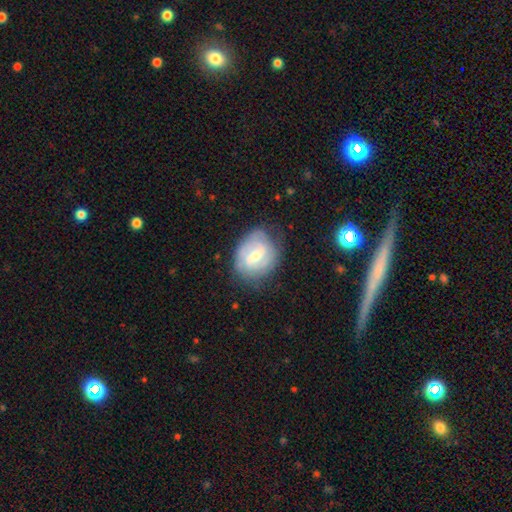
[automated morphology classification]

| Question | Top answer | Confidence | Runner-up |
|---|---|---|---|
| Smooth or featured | featured or disk | 70% | smooth (24%) |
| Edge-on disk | no | 97% | yes (3%) |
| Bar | weak | 55% | strong (23%) |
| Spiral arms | yes | 84% | no (16%) |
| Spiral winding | tight | 51% | medium (36%) |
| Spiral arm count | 2 | 51% | can't tell (30%) |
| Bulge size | moderate | 50% | small (45%) |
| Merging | none | 70% | minor disturbance (21%) |